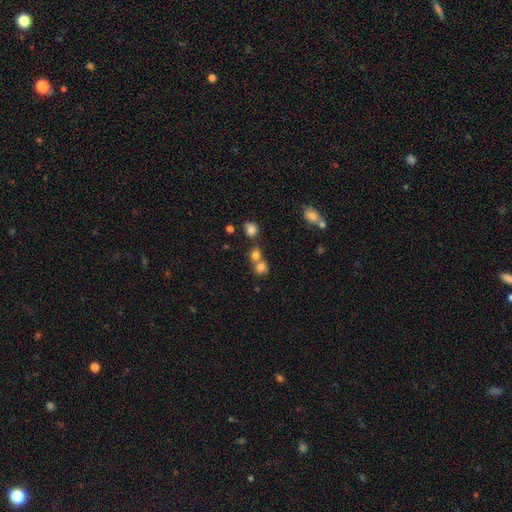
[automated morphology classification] A smooth galaxy with no disk features (77%) that is round (76%).

Vote fractions:
- Smooth or featured? smooth: 77% / star or artifact: 15% / featured or disk: 9%
- How rounded? round: 76% / in between: 23% / cigar-shaped: 1%
- Merging? none: 46% / merger: 44% / minor disturbance: 7% / major disturbance: 3%